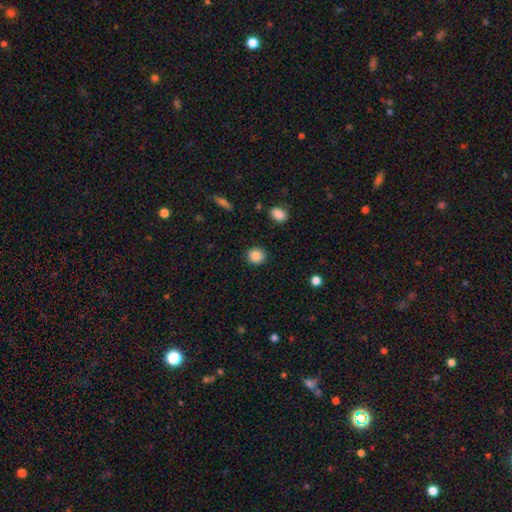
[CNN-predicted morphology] This appears to be a smooth galaxy with no disk features (85%) that is round (87%). Merging: none (90%).